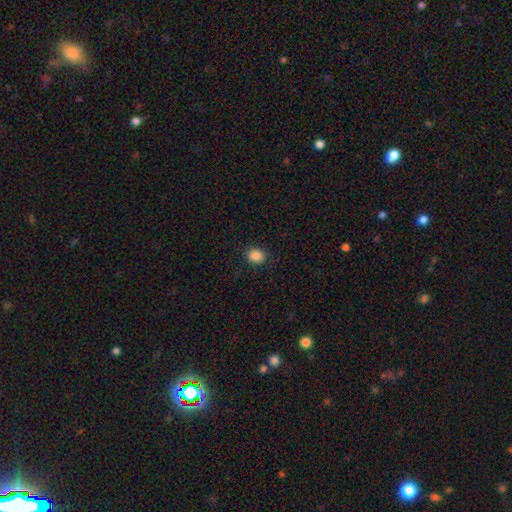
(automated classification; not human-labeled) Overall: smooth (87%). How rounded: round (65%; in between 34%). Merging: none (87%).